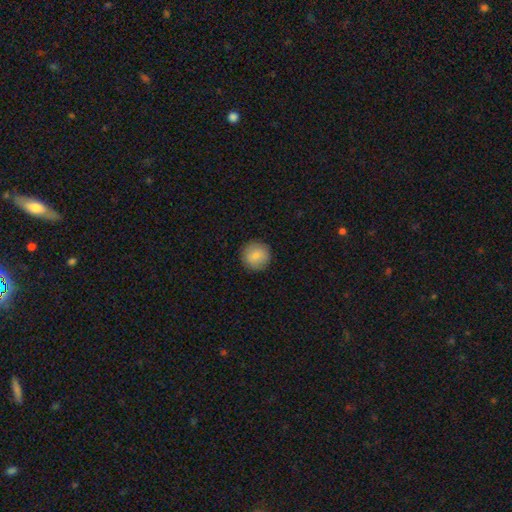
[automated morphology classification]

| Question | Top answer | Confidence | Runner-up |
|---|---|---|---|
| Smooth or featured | smooth | 85% | star or artifact (8%) |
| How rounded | round | 95% | in between (4%) |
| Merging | none | 90% | minor disturbance (7%) |